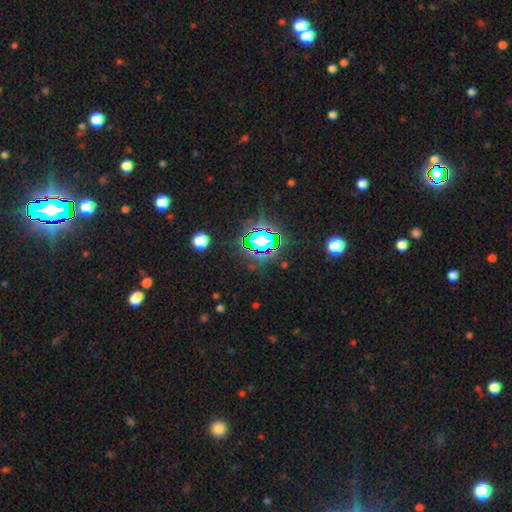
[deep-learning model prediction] smooth_or_featured: star or artifact (p=0.82) [alt: smooth p=0.11]